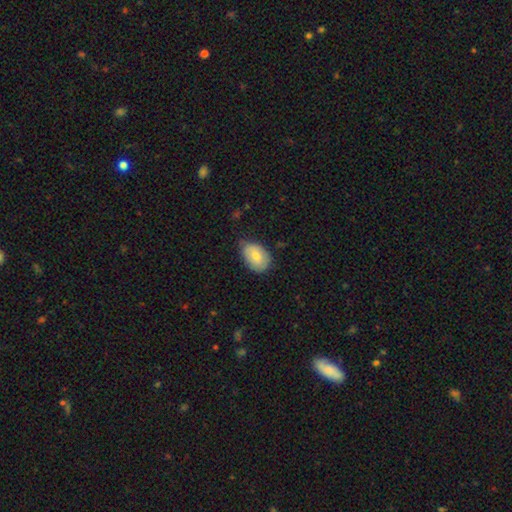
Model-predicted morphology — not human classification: Smooth or featured? Predicted: smooth (p=0.73). How rounded? Predicted: in between (p=0.82). Merging? Predicted: none (p=0.59).